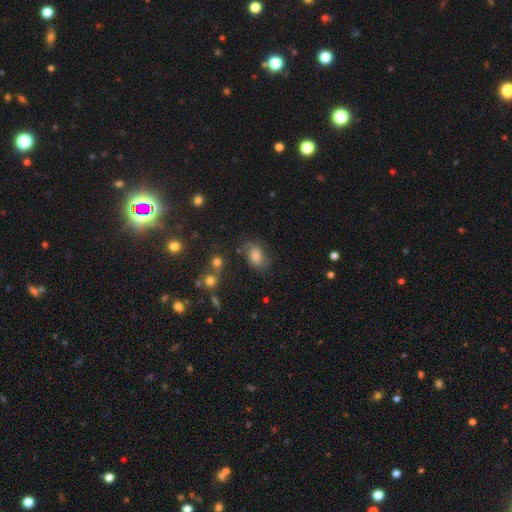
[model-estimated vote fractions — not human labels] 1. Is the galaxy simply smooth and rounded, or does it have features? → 58% smooth, 30% featured or disk, 12% star or artifact.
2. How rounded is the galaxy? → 80% in between, 18% round, 2% cigar-shaped.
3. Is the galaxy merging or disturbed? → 62% none, 22% minor disturbance, 11% major disturbance, 4% merger.